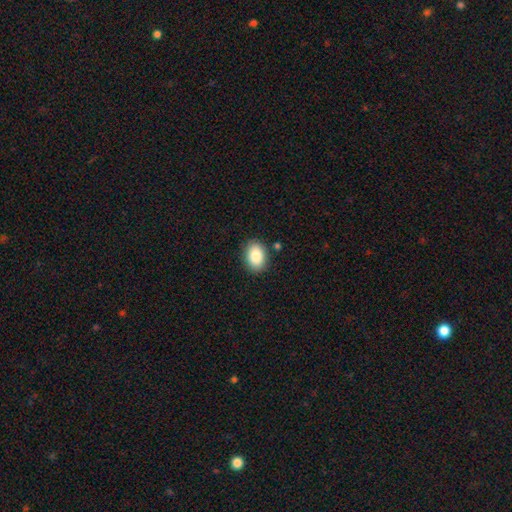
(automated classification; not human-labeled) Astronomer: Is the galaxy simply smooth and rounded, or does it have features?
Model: smooth — 86%.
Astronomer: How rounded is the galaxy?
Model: in between — 81%.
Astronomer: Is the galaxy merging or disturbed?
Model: none — 86%.